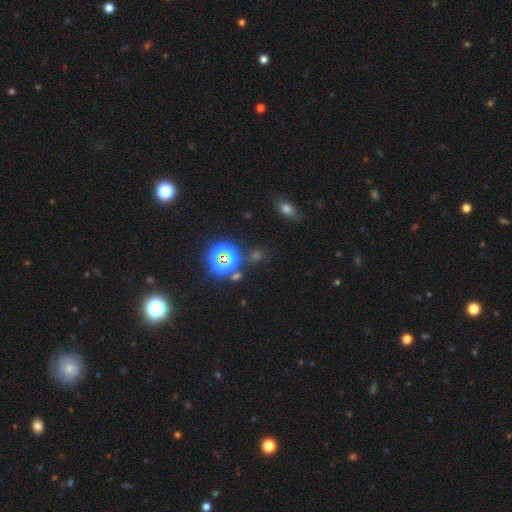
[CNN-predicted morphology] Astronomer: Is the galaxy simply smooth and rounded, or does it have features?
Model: star or artifact — 67%.